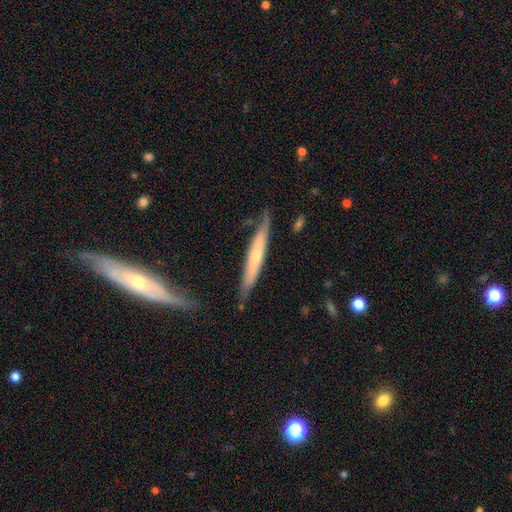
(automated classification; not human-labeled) This is likely a featured or disk galaxy (61%). It is clearly viewed edge-on (91%). Edge-on bulge: possibly rounded (49%). Merging: likely none (78%).